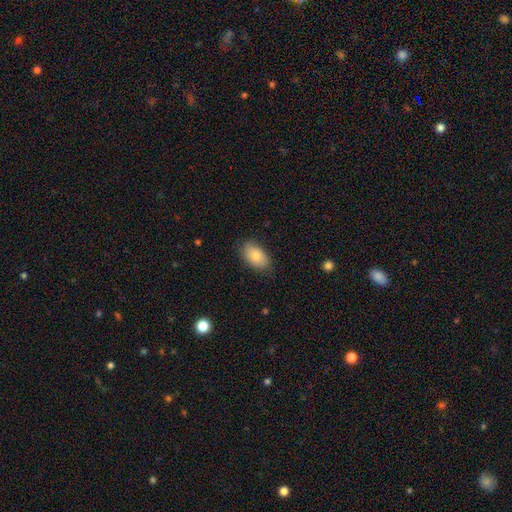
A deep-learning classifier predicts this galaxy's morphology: type=smooth (83%); roundness=in between (92%); merging=none (78%).